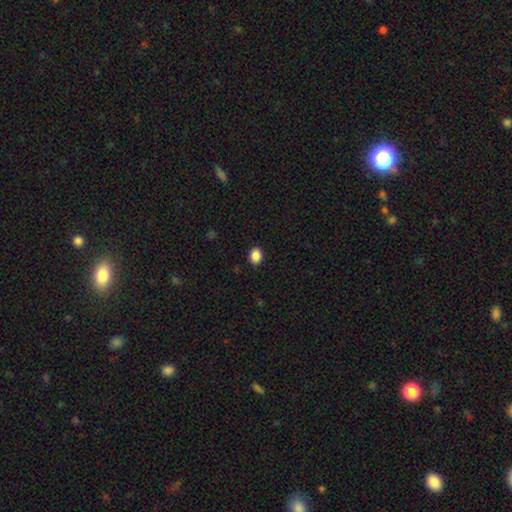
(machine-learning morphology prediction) type=smooth (88%); roundness=in between (62%); merging=none (90%).